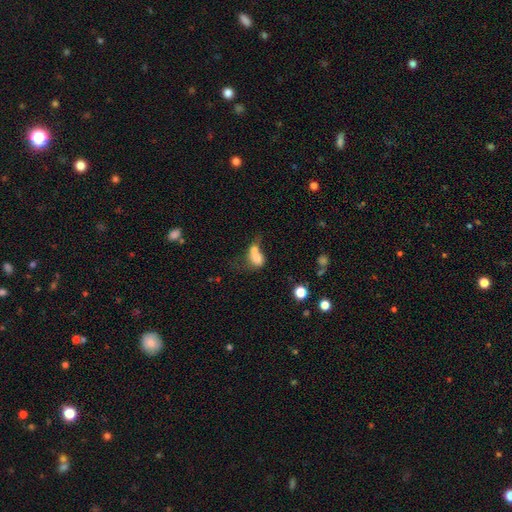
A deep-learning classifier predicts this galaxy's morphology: smooth-or-featured: smooth: 70% | featured or disk: 19% | star or artifact: 11%
  how-rounded: in between: 55% | round: 44% | cigar-shaped: 2%
  merging: merger: 67% | none: 15% | major disturbance: 10% | minor disturbance: 8%